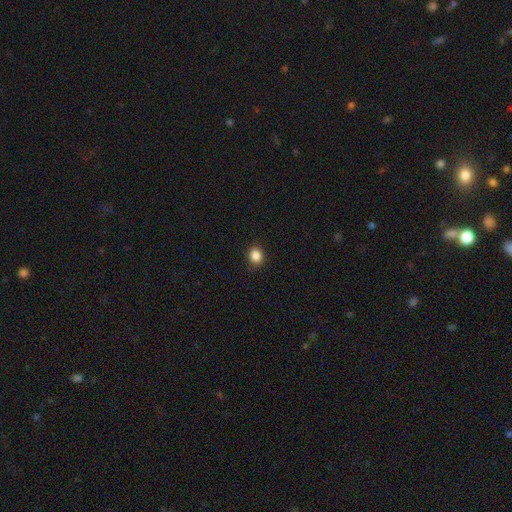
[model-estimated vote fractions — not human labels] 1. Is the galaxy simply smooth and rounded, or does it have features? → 86% smooth, 10% star or artifact, 3% featured or disk.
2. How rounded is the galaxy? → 60% round, 39% in between, 1% cigar-shaped.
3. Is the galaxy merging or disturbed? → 88% none, 8% minor disturbance, 2% major disturbance, 1% merger.